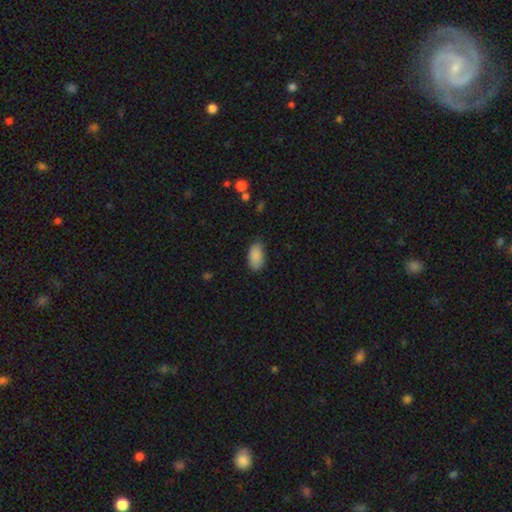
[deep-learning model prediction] Morphology: type=smooth (88%); roundness=in between (94%); merging=none (78%).